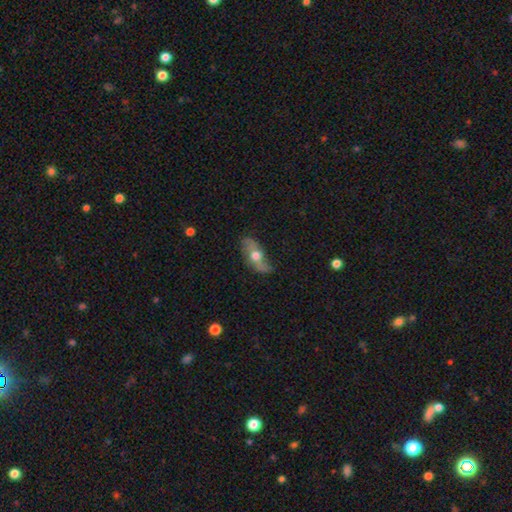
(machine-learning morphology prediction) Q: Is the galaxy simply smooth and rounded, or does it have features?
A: featured or disk — 53%.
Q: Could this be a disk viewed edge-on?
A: no — 69%.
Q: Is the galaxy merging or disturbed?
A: none — 67%.